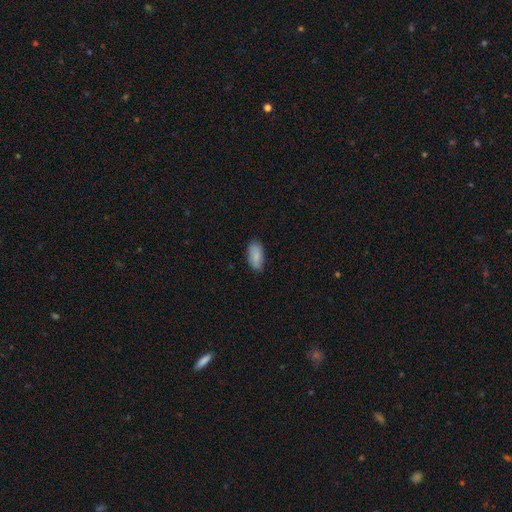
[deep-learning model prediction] smooth 86%, featured or disk 8%, star or artifact 6%. Down the decision tree: how rounded — in between (92%); merging — none (81%).